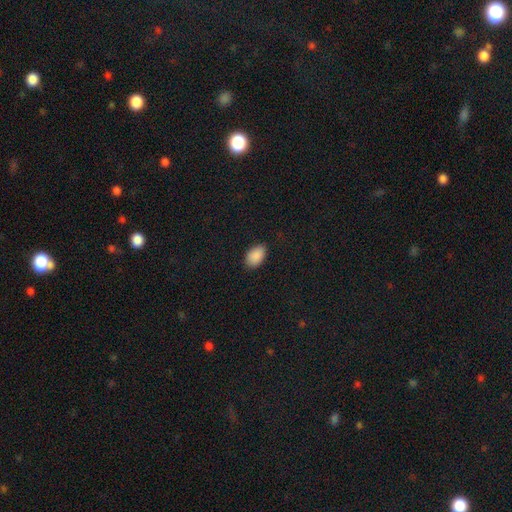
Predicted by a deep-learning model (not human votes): Smooth or featured? smooth (90%)
How rounded? in between (91%)
Merging? none (85%)